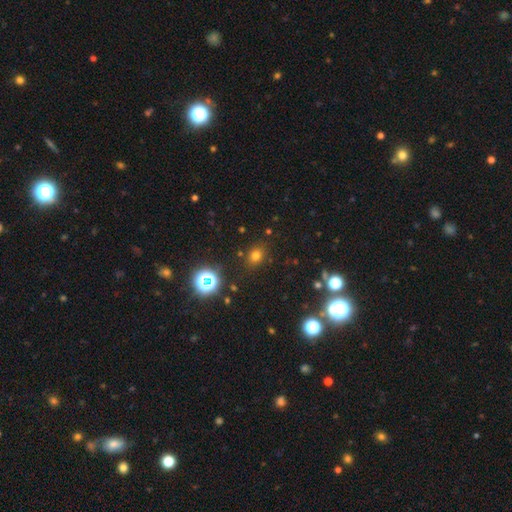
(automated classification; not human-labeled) Smooth or featured? Predicted: smooth (p=0.71). How rounded? Predicted: round (p=0.64). Merging? Predicted: none (p=0.84).